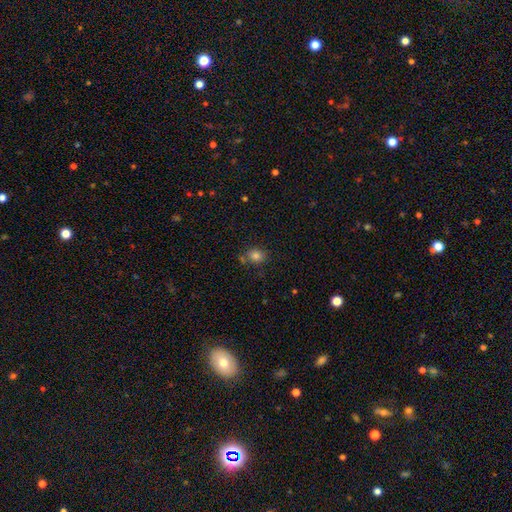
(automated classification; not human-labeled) A smooth galaxy with no disk features (83%) that is round (62%). Merging: none (71%).